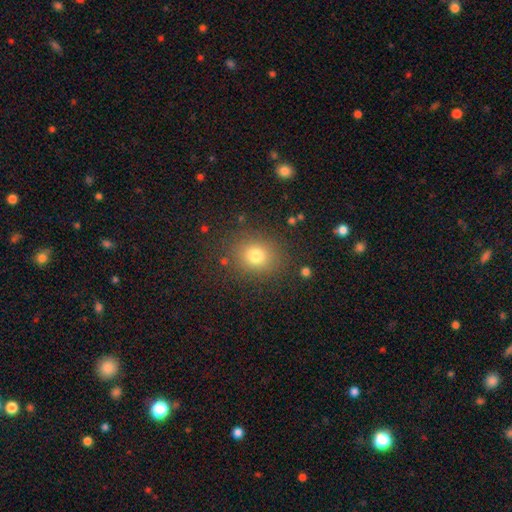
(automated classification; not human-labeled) smooth-or-featured: smooth: 77% | star or artifact: 14% | featured or disk: 9%
  how-rounded: round: 70% | in between: 29% | cigar-shaped: 1%
  merging: none: 84% | minor disturbance: 9% | major disturbance: 4% | merger: 2%